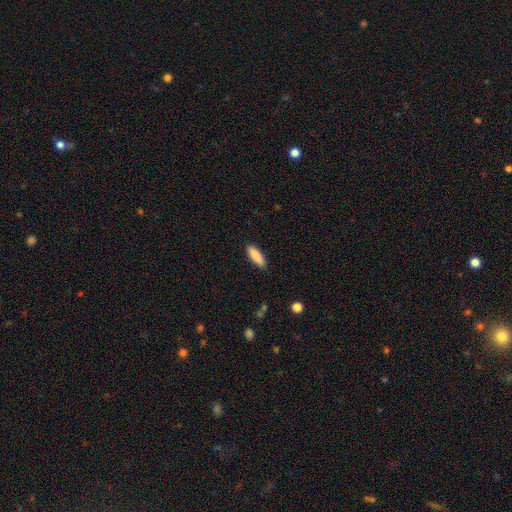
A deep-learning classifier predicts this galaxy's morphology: smooth_or_featured: smooth (p=0.88) [alt: star or artifact p=0.06]
how_rounded: in between (p=0.56) [alt: cigar-shaped p=0.42]
merging: none (p=0.88) [alt: minor disturbance p=0.09]